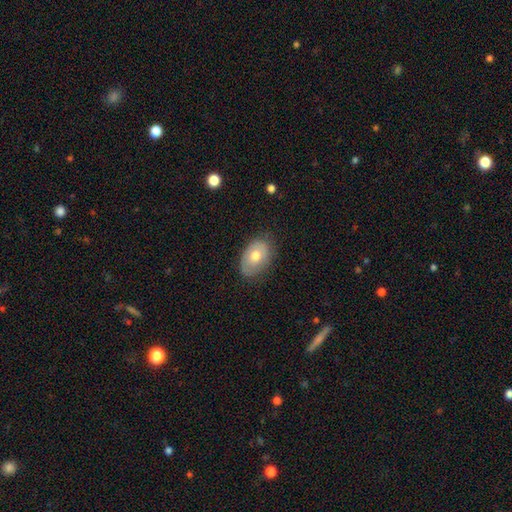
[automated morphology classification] A smooth galaxy with no disk features (63%) that is in between round and cigar-shaped (85%).

Vote fractions:
- Smooth or featured? smooth: 63% / featured or disk: 30% / star or artifact: 7%
- How rounded? in between: 85% / round: 14% / cigar-shaped: 1%
- Merging? none: 74% / minor disturbance: 20% / major disturbance: 5% / merger: 1%